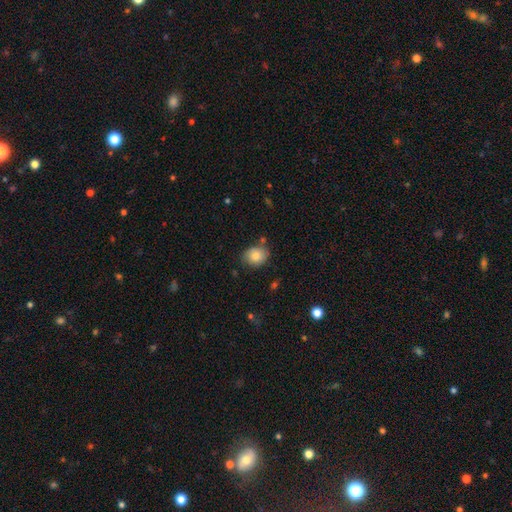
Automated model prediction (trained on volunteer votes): Morphology: type=smooth (81%); roundness=round (52%); merging=none (74%).